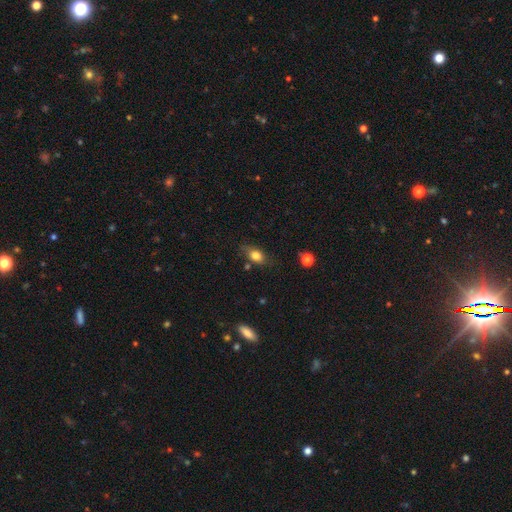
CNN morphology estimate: A smooth galaxy with no disk features (79%) that is in between round and cigar-shaped (79%).

Vote fractions:
- Smooth or featured? smooth: 79% / featured or disk: 12% / star or artifact: 9%
- How rounded? in between: 79% / round: 15% / cigar-shaped: 5%
- Merging? none: 67% / minor disturbance: 24% / major disturbance: 6% / merger: 3%